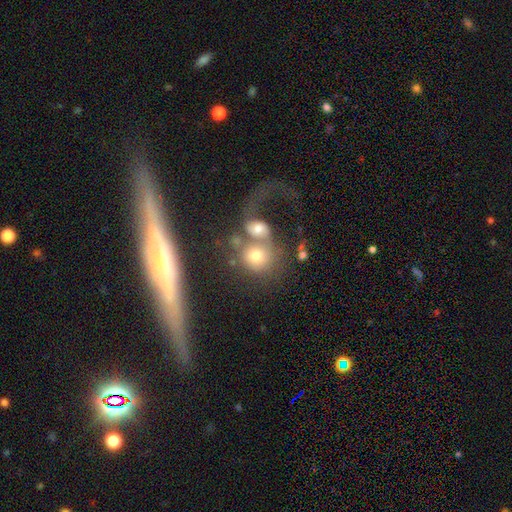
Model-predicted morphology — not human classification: The model was most divided on "smooth or featured": smooth: 54%, featured or disk: 34%, star or artifact: 12%. More confident: how rounded — round (71%); merging — merger (61%).